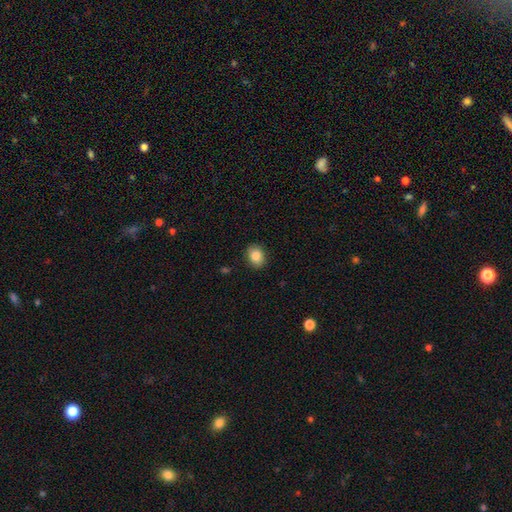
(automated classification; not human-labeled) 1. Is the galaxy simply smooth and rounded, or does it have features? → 85% smooth, 9% star or artifact, 7% featured or disk.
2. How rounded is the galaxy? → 56% in between, 43% round, 1% cigar-shaped.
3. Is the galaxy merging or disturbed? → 89% none, 8% minor disturbance, 2% major disturbance, 1% merger.